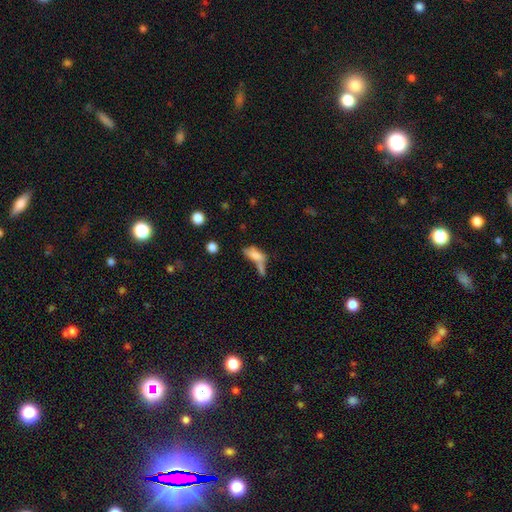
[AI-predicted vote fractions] A smooth galaxy with no disk features (64%) that is in between round and cigar-shaped (69%).

Vote fractions:
- Smooth or featured? smooth: 64% / featured or disk: 24% / star or artifact: 12%
- How rounded? in between: 69% / cigar-shaped: 25% / round: 6%
- Merging? merger: 41% / none: 24% / major disturbance: 20% / minor disturbance: 15%